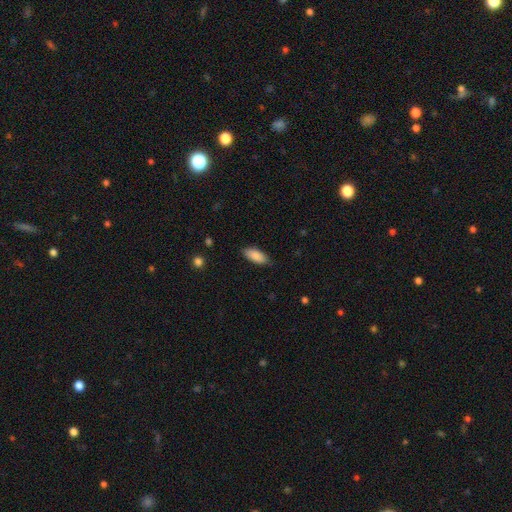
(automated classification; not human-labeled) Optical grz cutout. It shows a smooth galaxy with no disk features (88%) that is in between round and cigar-shaped (85%). Merging: none (84%).